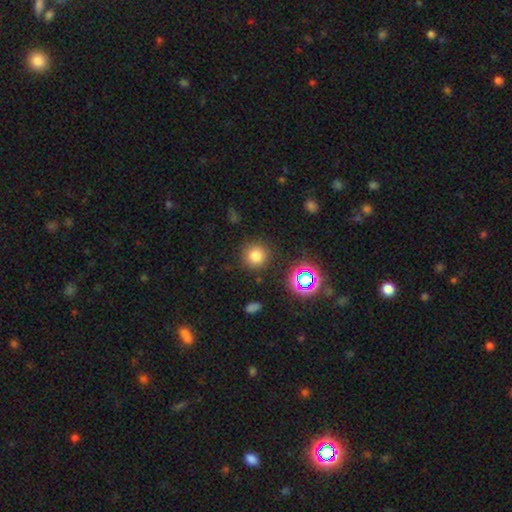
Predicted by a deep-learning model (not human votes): Q: Smooth or featured?
A: smooth (76%); runner-up: star or artifact (18%)
Q: How rounded?
A: round (93%); runner-up: in between (6%)
Q: Merging?
A: none (88%); runner-up: minor disturbance (7%)